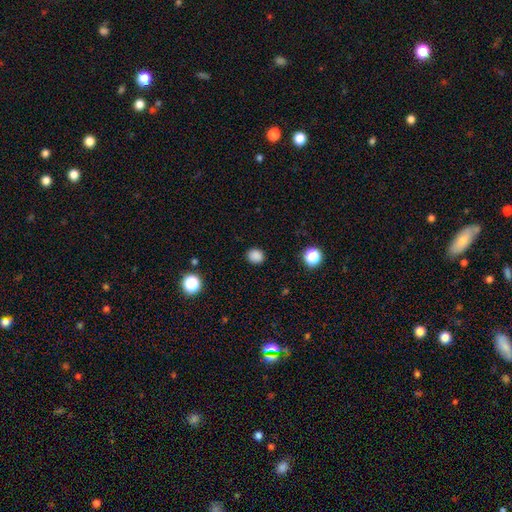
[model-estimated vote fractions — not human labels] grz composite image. It shows a smooth galaxy with no disk features (85%) that is round (75%). Merging: none (89%).